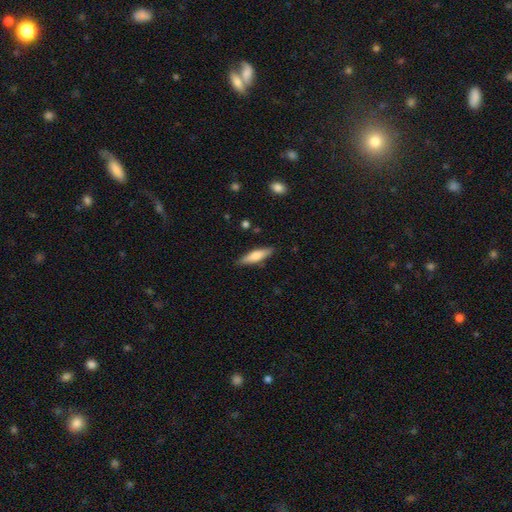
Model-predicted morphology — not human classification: This is likely a smooth galaxy (64%). How rounded: likely cigar-shaped (72%). Merging: clearly none (86%).